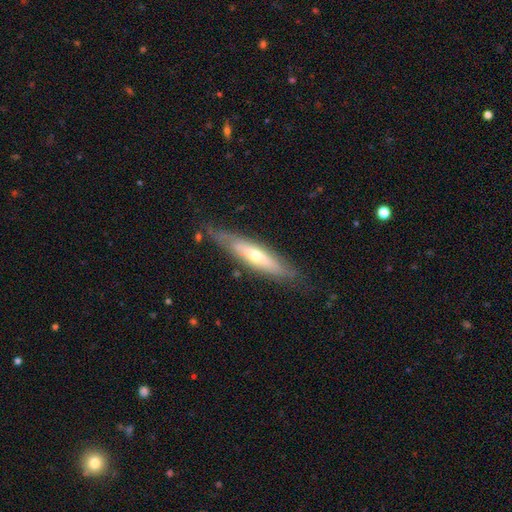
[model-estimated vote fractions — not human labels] Q: Smooth or featured?
A: featured or disk (58%); runner-up: smooth (36%)
Q: Edge-on disk?
A: yes (67%); runner-up: no (33%)
Q: Merging?
A: none (73%); runner-up: minor disturbance (20%)